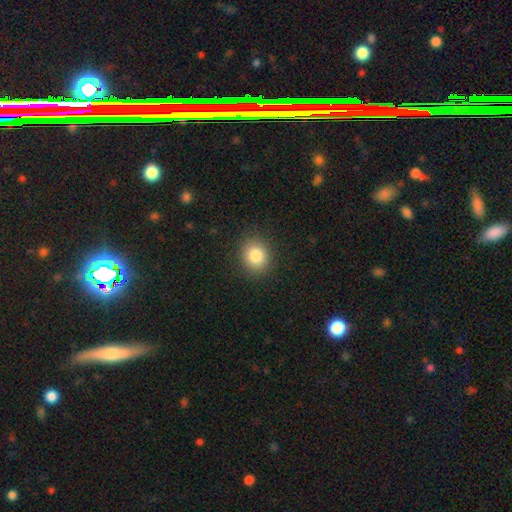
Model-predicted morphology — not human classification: A smooth galaxy with no disk features (84%) that is round (73%).

Vote fractions:
- Smooth or featured? smooth: 84% / star or artifact: 10% / featured or disk: 7%
- How rounded? round: 73% / in between: 26% / cigar-shaped: 1%
- Merging? none: 89% / minor disturbance: 7% / major disturbance: 2% / merger: 1%